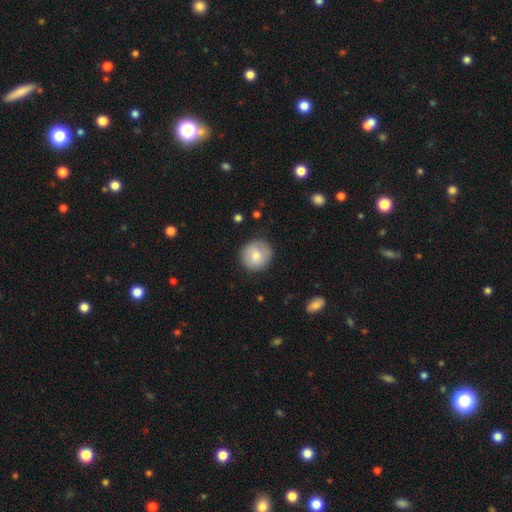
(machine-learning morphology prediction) smooth-or-featured: smooth: 73% | featured or disk: 20% | star or artifact: 7%
  how-rounded: round: 91% | in between: 8% | cigar-shaped: 1%
  merging: none: 84% | minor disturbance: 12% | major disturbance: 3% | merger: 1%